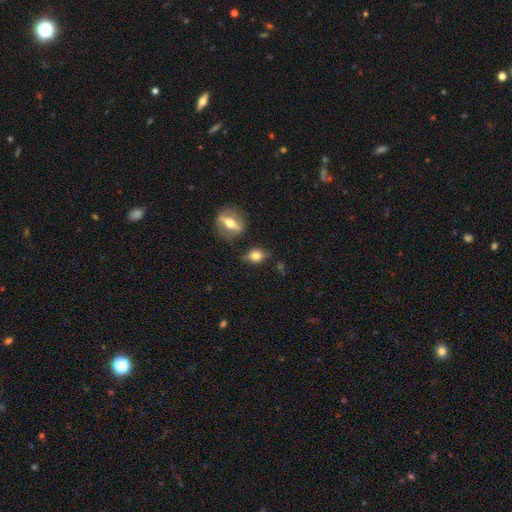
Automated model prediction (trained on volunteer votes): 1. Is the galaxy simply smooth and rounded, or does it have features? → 63% smooth, 26% featured or disk, 10% star or artifact.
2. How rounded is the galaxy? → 48% round (tied), 48% in between (tied), 5% cigar-shaped.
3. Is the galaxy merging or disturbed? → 73% none, 17% minor disturbance, 5% major disturbance, 5% merger.